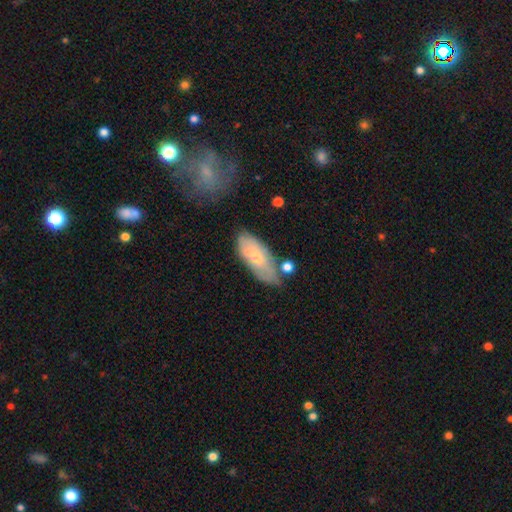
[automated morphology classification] This is possibly a smooth galaxy (58%). How rounded: clearly in between (82%). Merging: likely none (63%).